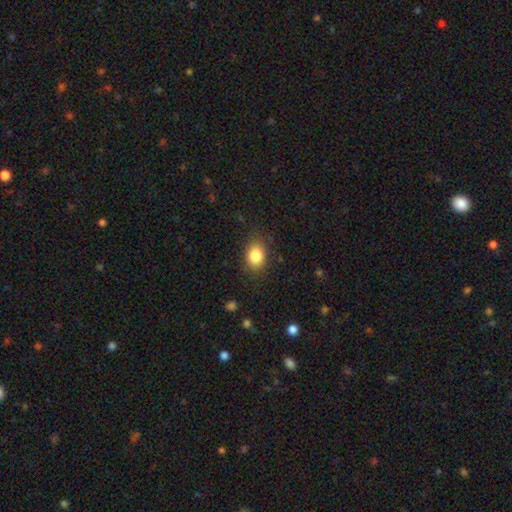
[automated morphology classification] A smooth galaxy with no disk features (85%) that is in between round and cigar-shaped (64%).

Vote fractions:
- Smooth or featured? smooth: 85% / star or artifact: 9% / featured or disk: 6%
- How rounded? in between: 64% / round: 35% / cigar-shaped: 1%
- Merging? none: 83% / minor disturbance: 12% / major disturbance: 4% / merger: 1%